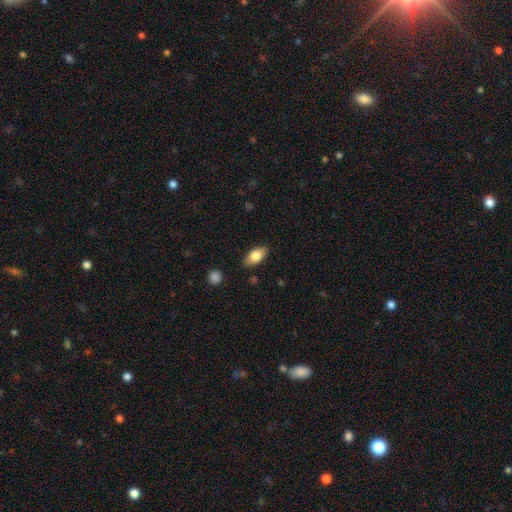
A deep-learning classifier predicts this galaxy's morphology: smooth-or-featured: smooth: 78% | featured or disk: 15% | star or artifact: 7%
  how-rounded: in between: 90% | cigar-shaped: 6% | round: 4%
  merging: none: 85% | minor disturbance: 11% | major disturbance: 2% | merger: 1%